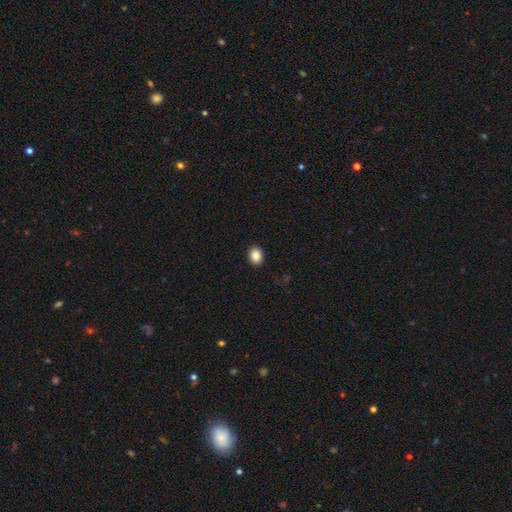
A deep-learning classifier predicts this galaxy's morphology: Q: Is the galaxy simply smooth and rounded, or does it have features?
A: smooth — 87%.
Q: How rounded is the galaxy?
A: round — 57%.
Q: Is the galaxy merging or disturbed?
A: none — 92%.